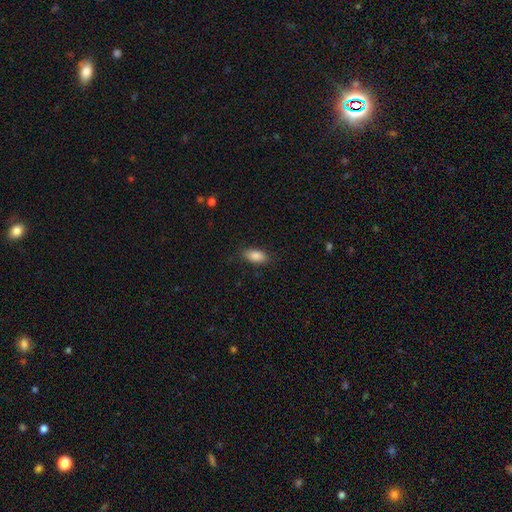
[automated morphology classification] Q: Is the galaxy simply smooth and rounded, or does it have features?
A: smooth — 88%.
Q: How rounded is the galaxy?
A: in between — 90%.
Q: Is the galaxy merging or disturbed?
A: none — 84%.